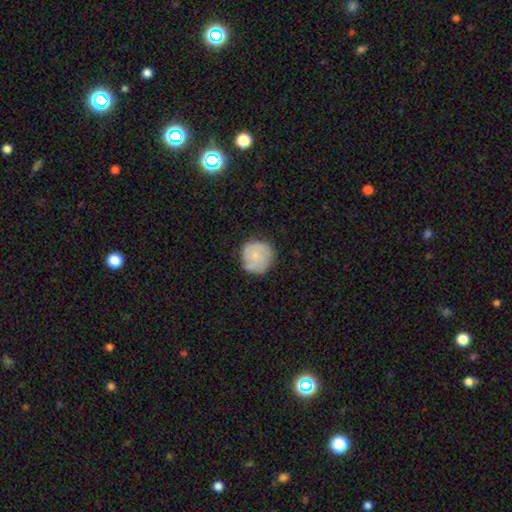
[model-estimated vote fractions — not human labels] This is likely a smooth galaxy (66%). How rounded: clearly round (92%). Merging: likely none (70%).